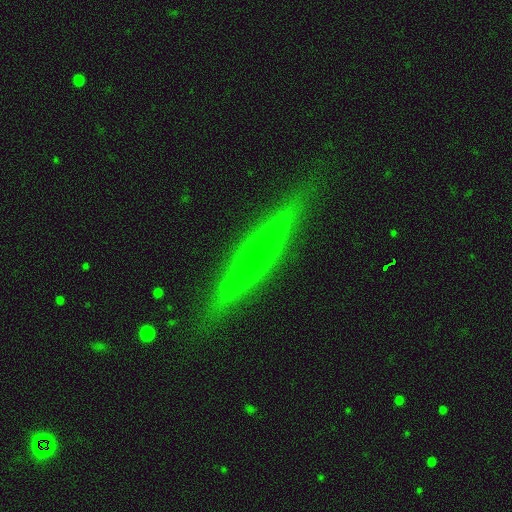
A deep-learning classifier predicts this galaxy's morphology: Smooth or featured? featured or disk (59%)
Edge-on disk? yes (96%)
Edge-on bulge? none (61%)
Merging? none (90%)